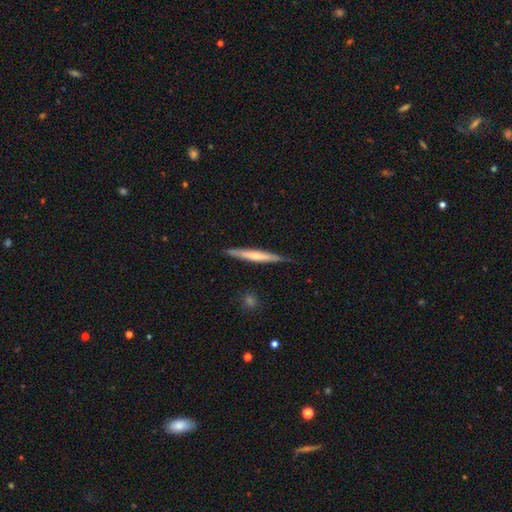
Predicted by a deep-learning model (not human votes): Overall: featured or disk (49%; smooth 46%). Merging: none (84%).